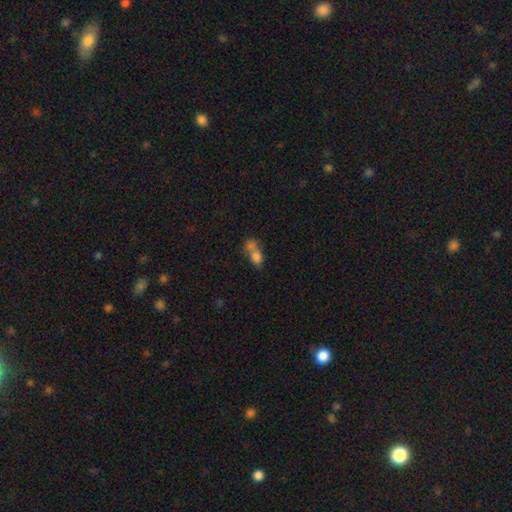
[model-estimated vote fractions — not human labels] A smooth galaxy with no disk features (76%) that is in between round and cigar-shaped (64%).

Vote fractions:
- Smooth or featured? smooth: 76% / featured or disk: 13% / star or artifact: 11%
- How rounded? in between: 64% / round: 33% / cigar-shaped: 3%
- Merging? merger: 65% / none: 22% / minor disturbance: 8% / major disturbance: 6%